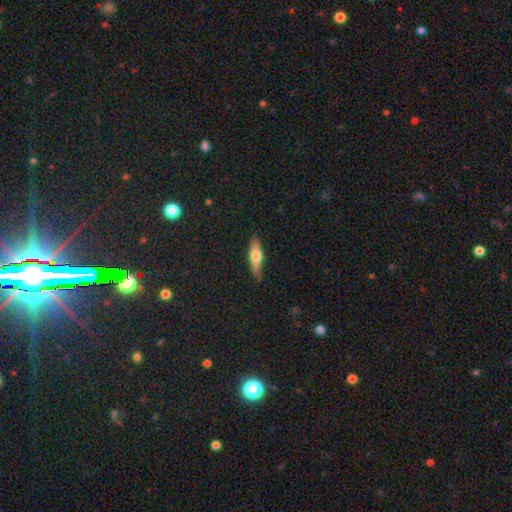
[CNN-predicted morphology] The model was most divided on "smooth or featured": smooth: 47%, featured or disk: 46%, star or artifact: 7%. More confident: merging — none (85%).